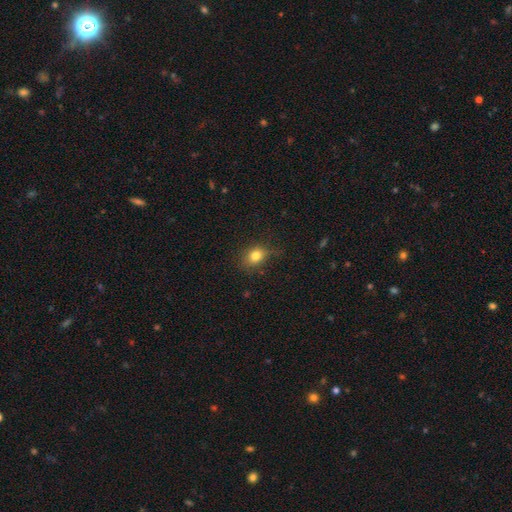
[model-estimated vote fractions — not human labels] Smooth or featured?
  - smooth: 80% *
  - star or artifact: 12%
  - featured or disk: 8%
How rounded?
  - in between: 54% *
  - round: 45%
  - cigar-shaped: 1%
Merging?
  - none: 72% *
  - minor disturbance: 21%
  - major disturbance: 6%
  - merger: 1%